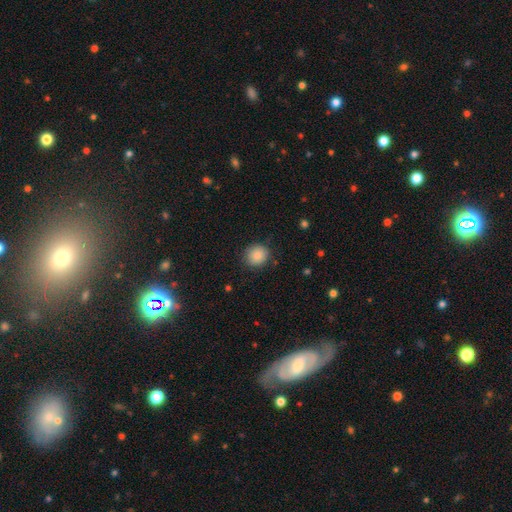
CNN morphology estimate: This appears to be a smooth galaxy with no disk features (86%) that is round (85%). Merging: none (86%).